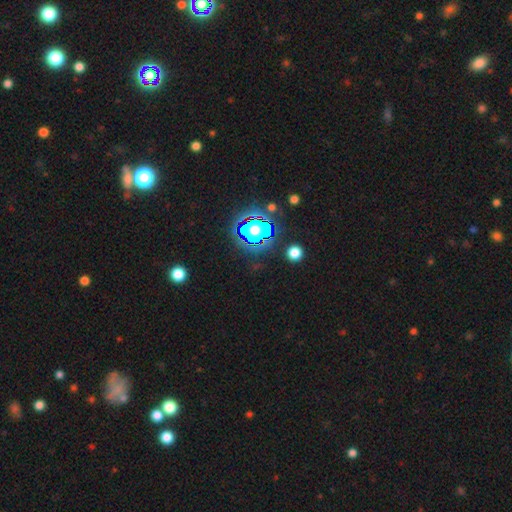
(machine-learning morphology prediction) This is likely a star or artifact rather than a galaxy (79%).